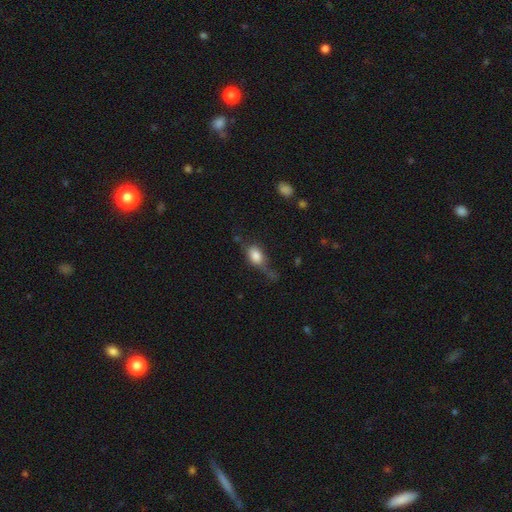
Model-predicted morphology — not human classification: This is likely a smooth galaxy (74%). How rounded: likely in between (77%). Merging: marginally none (35%).